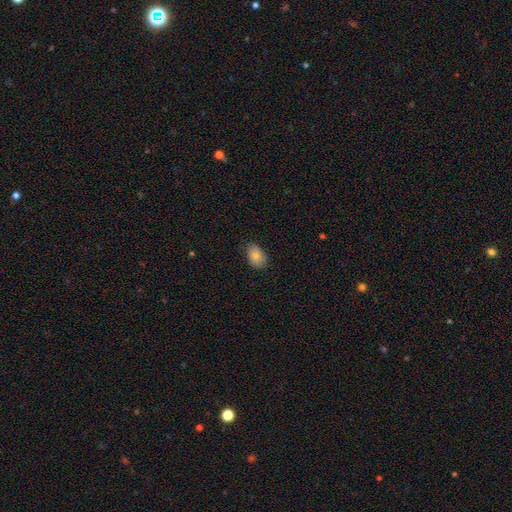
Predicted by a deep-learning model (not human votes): Morphology: type=smooth (86%); roundness=in between (84%); merging=none (81%).